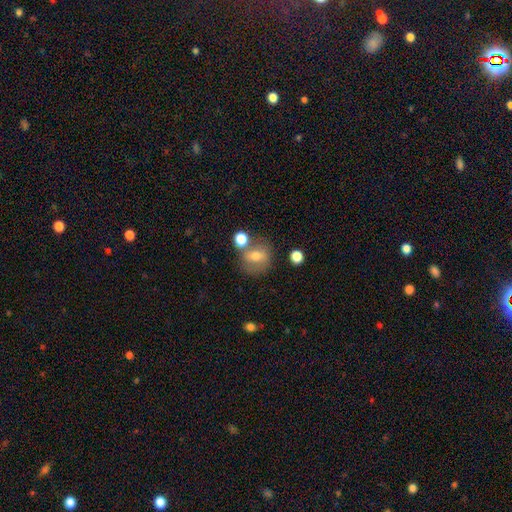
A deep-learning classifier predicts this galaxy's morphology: Smooth or featured? Predicted: smooth (p=0.64). How rounded? Predicted: round (p=0.67). Merging? Predicted: none (p=0.57).